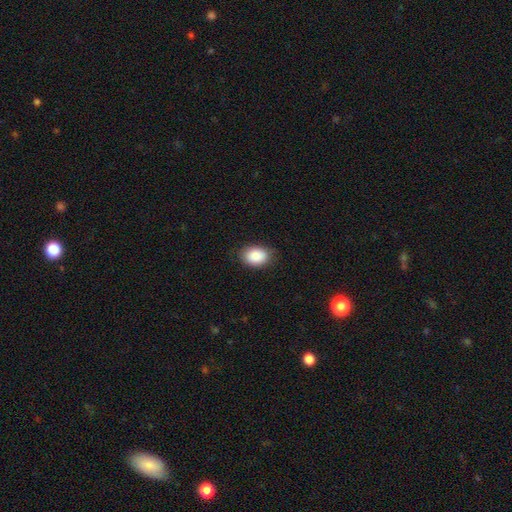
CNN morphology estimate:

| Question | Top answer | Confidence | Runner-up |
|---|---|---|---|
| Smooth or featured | smooth | 88% | star or artifact (7%) |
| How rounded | in between | 76% | round (23%) |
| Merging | none | 83% | minor disturbance (13%) |